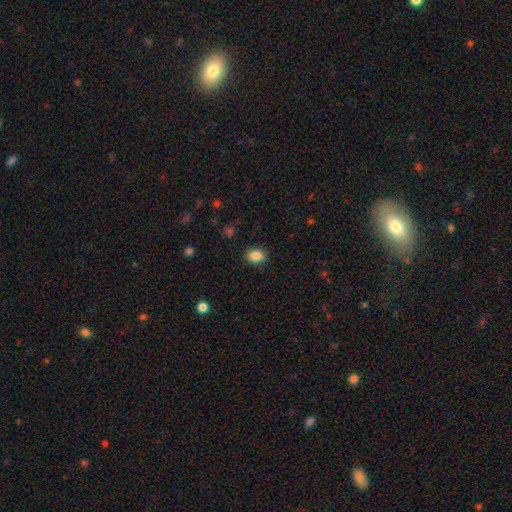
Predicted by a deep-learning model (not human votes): Smooth or featured: smooth — 87% (star or artifact — 9%)
How rounded: in between — 64% (round — 35%)
Merging: none — 87% (minor disturbance — 9%)